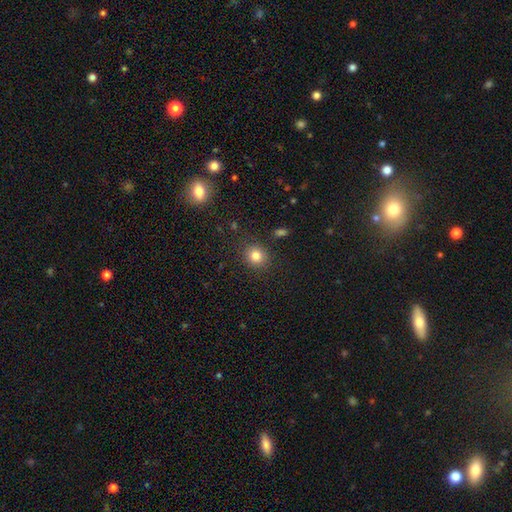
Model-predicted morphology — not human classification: A smooth galaxy with no disk features (82%) that is round (84%). Merging: none (87%).